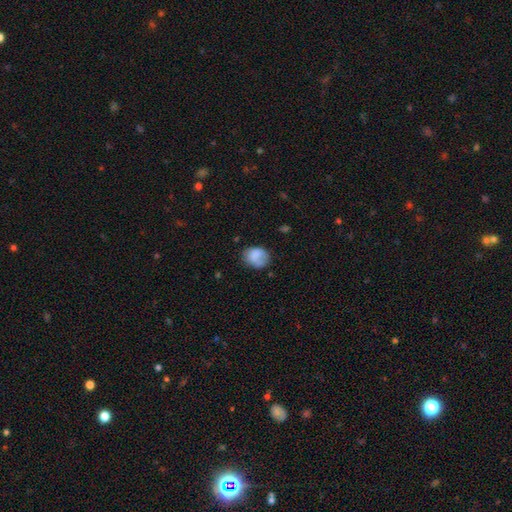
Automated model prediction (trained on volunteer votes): This is likely a smooth galaxy (79%). How rounded: possibly round (51%). Merging: possibly none (59%).